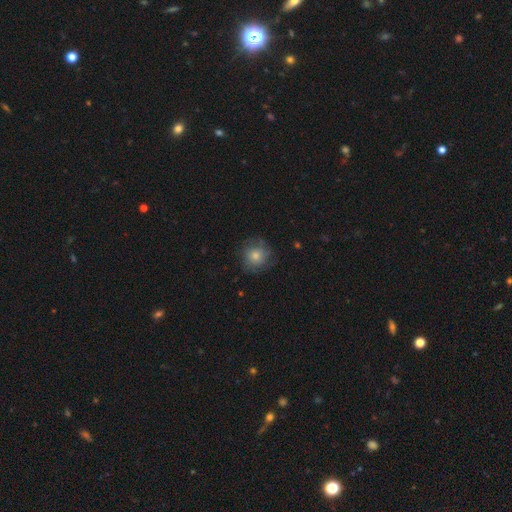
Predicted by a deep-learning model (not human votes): Smooth or featured?
  - smooth: 66% *
  - featured or disk: 24%
  - star or artifact: 10%
How rounded?
  - round: 90% *
  - in between: 9%
  - cigar-shaped: 1%
Merging?
  - none: 74% *
  - minor disturbance: 17%
  - major disturbance: 7%
  - merger: 1%